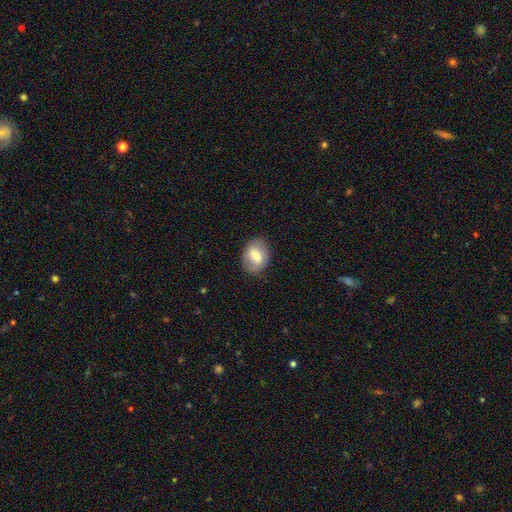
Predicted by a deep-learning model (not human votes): Smooth or featured?
  - smooth: 65% *
  - featured or disk: 27%
  - star or artifact: 7%
How rounded?
  - in between: 66% *
  - round: 32%
  - cigar-shaped: 1%
Merging?
  - none: 82% *
  - minor disturbance: 13%
  - major disturbance: 4%
  - merger: 1%